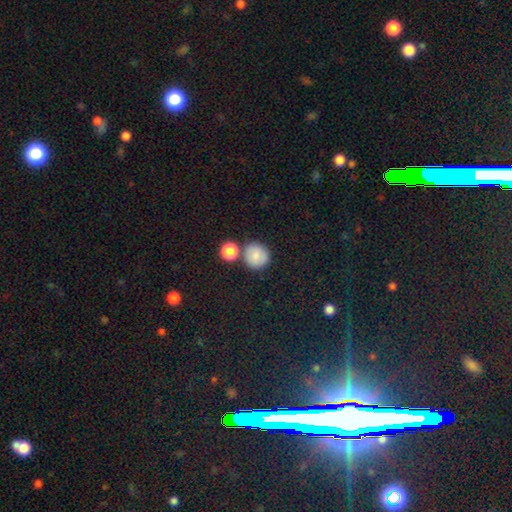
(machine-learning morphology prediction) The model was most divided on "merging": none: 70%, merger: 15%, minor disturbance: 12%, major disturbance: 3%. More confident: how rounded — round (90%); smooth or featured — smooth (81%).